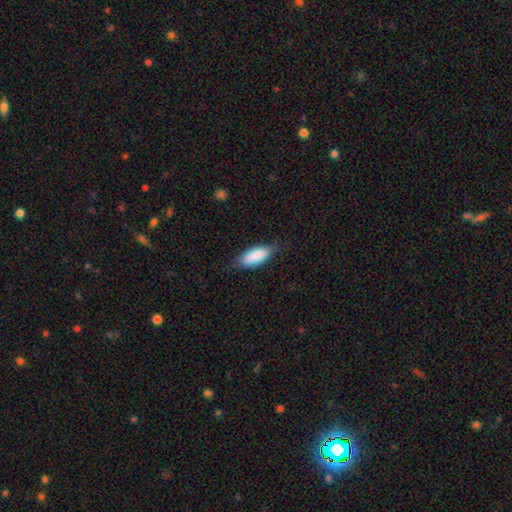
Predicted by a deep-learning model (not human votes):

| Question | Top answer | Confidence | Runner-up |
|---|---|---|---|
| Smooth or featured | smooth | 86% | featured or disk (8%) |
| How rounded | in between | 81% | cigar-shaped (17%) |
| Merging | none | 75% | minor disturbance (20%) |